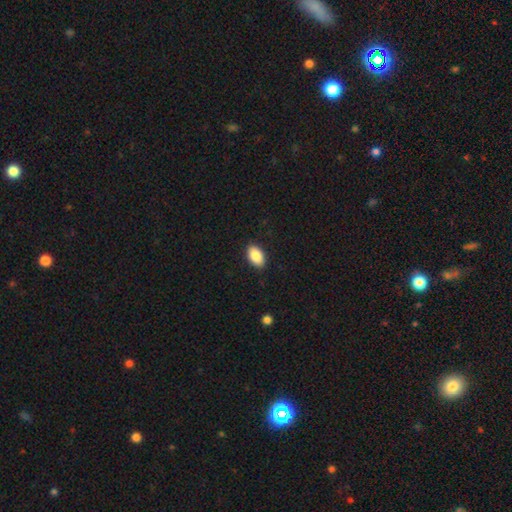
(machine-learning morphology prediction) Smooth or featured? Predicted: smooth (p=0.88). How rounded? Predicted: in between (p=0.92). Merging? Predicted: none (p=0.89).